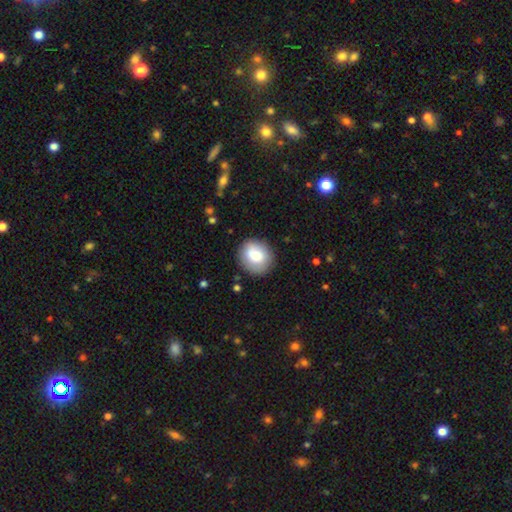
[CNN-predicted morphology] Smooth or featured?
  - smooth: 79% *
  - featured or disk: 14%
  - star or artifact: 8%
How rounded?
  - round: 76% *
  - in between: 23%
  - cigar-shaped: 1%
Merging?
  - none: 85% *
  - minor disturbance: 11%
  - major disturbance: 3%
  - merger: 2%